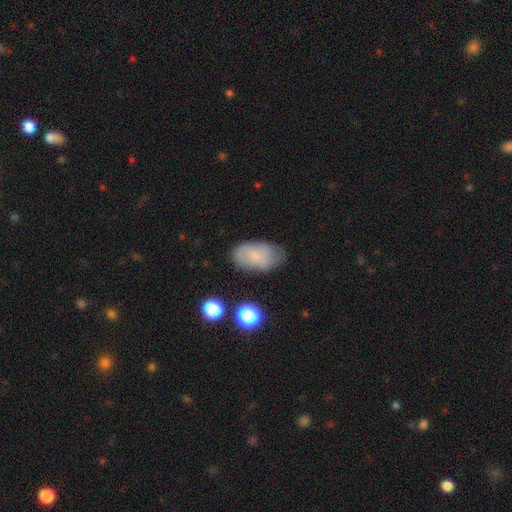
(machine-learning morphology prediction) The model was most divided on "smooth or featured": smooth: 70%, featured or disk: 21%, star or artifact: 9%. More confident: how rounded — in between (93%); merging — none (71%).